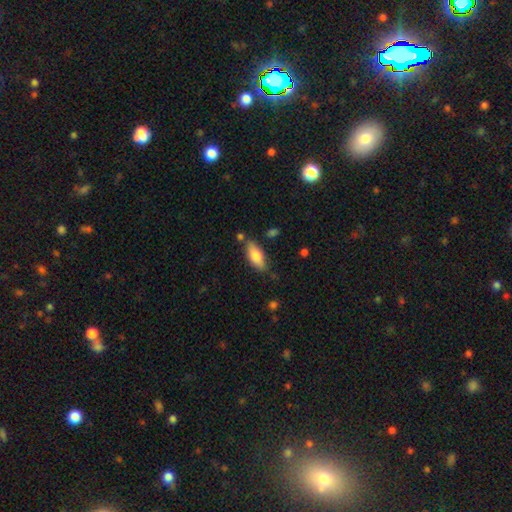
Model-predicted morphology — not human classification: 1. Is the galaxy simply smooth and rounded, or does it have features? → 79% smooth, 15% featured or disk, 6% star or artifact.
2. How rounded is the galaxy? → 79% in between, 19% cigar-shaped, 2% round.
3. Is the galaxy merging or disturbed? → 75% none, 16% minor disturbance, 6% merger, 3% major disturbance.